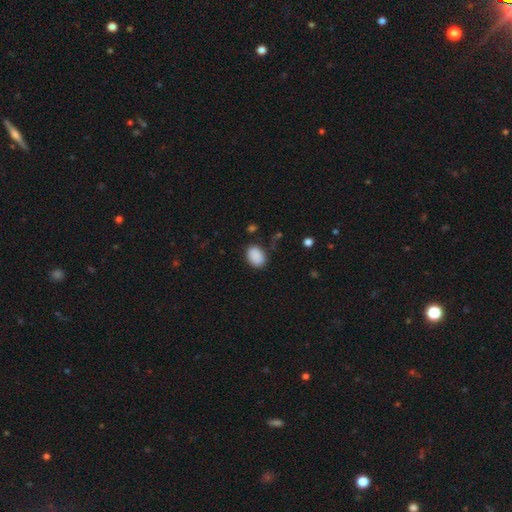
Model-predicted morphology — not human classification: Overall: smooth (89%). How rounded: in between (79%). Merging: none (82%).